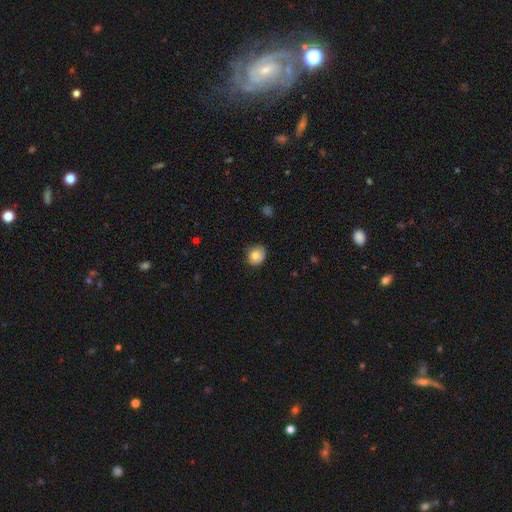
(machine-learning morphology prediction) Smooth or featured? smooth (80%)
How rounded? round (63%)
Merging? none (75%)